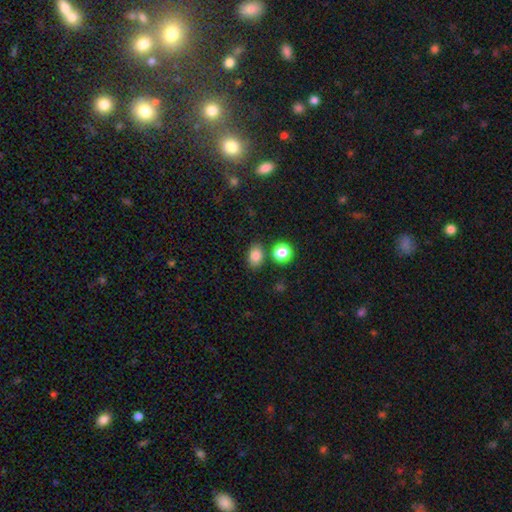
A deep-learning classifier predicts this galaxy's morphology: A smooth galaxy with no disk features (83%) that is in between round and cigar-shaped (72%). Merging: none (78%).